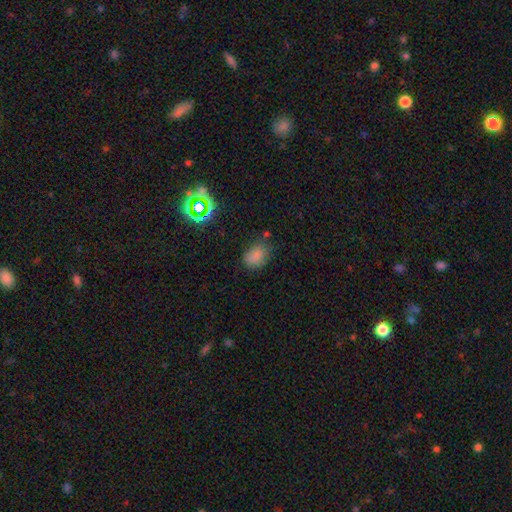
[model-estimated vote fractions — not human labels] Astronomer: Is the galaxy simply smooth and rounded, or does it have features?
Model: smooth — 77%.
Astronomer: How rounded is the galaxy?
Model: in between — 76%.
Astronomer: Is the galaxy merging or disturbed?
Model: none — 66%.